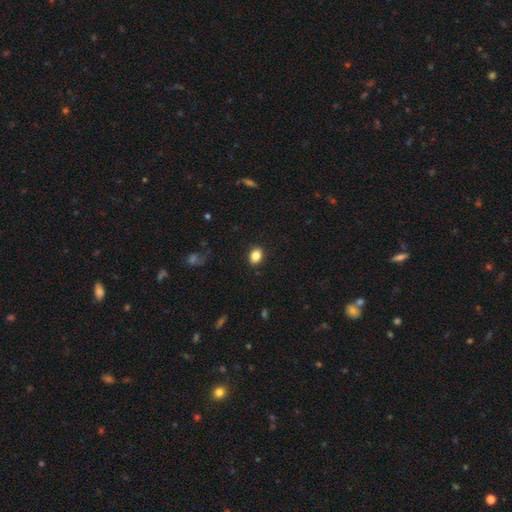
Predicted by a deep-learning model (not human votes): This appears to be a smooth galaxy with no disk features (85%) that is in between round and cigar-shaped (71%). Merging: none (88%).